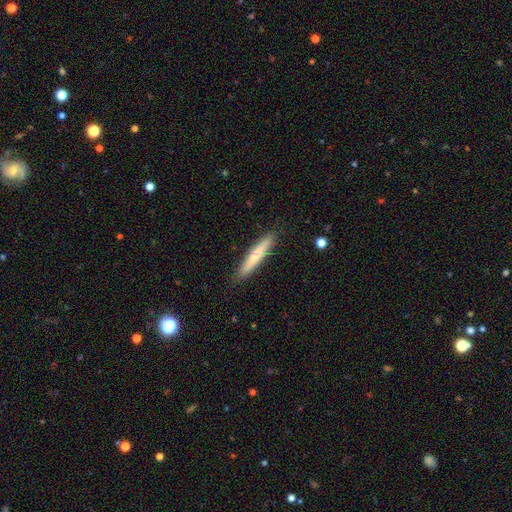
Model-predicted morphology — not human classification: Smooth or featured? Predicted: smooth (p=0.69). How rounded? Predicted: cigar-shaped (p=0.93). Merging? Predicted: none (p=0.89).